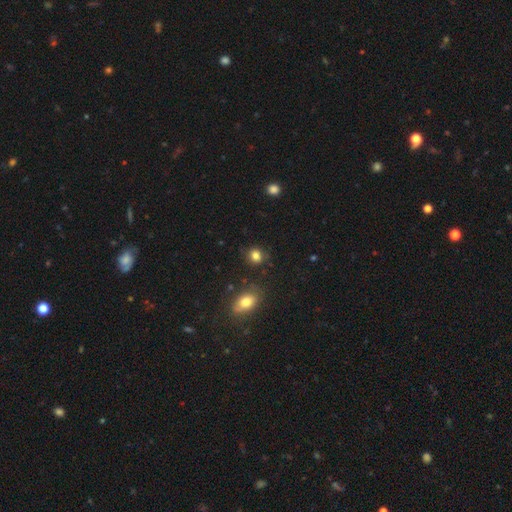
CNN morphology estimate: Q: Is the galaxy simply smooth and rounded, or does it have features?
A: smooth — 81%.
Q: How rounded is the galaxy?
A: round — 76%.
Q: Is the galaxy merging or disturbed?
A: none — 78%.